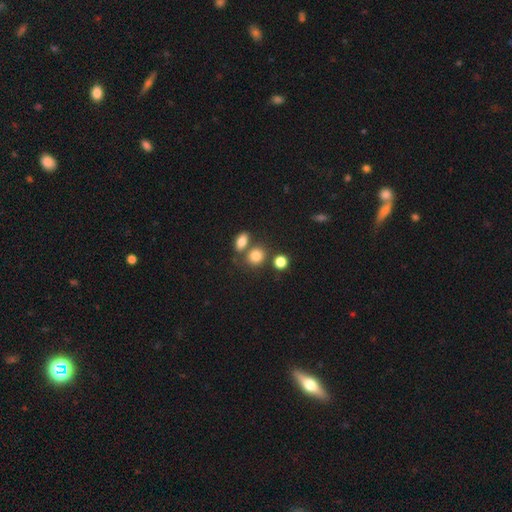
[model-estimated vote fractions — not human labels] A smooth galaxy with no disk features (81%) that is round (64%). Merging: none (59%).